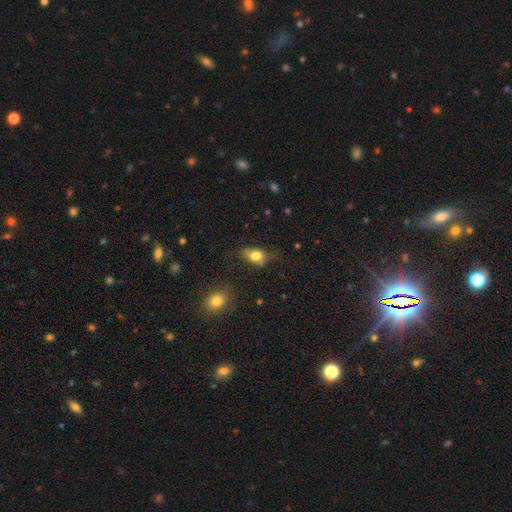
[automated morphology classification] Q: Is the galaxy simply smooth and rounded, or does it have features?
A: smooth — 79%.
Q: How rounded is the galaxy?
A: in between — 75%.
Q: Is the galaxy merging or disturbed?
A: none — 64%.